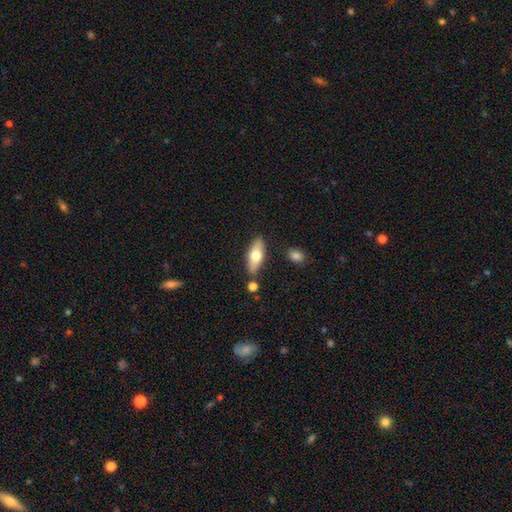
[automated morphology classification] Smooth or featured? Predicted: smooth (p=0.63). How rounded? Predicted: in between (p=0.71). Merging? Predicted: none (p=0.81).